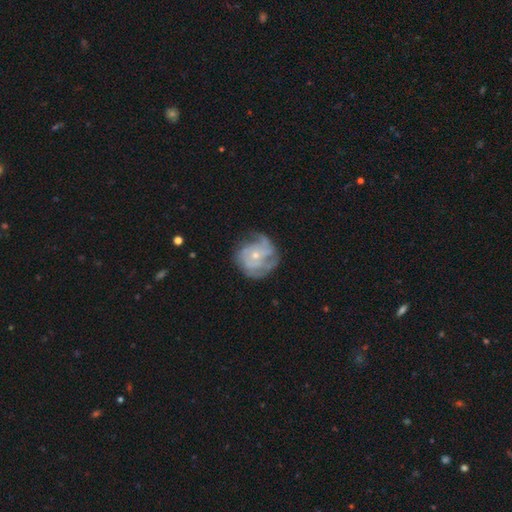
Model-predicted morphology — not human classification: This is likely a featured or disk galaxy (77%). It is clearly not viewed edge-on (98%). Bar: likely no (78%). Spiral arm pattern: clearly yes (86%). Spiral arm count: marginally can't tell (33%). Spiral winding: possibly tight (51%). Central bulge: likely small (67%). Merging: possibly none (57%).